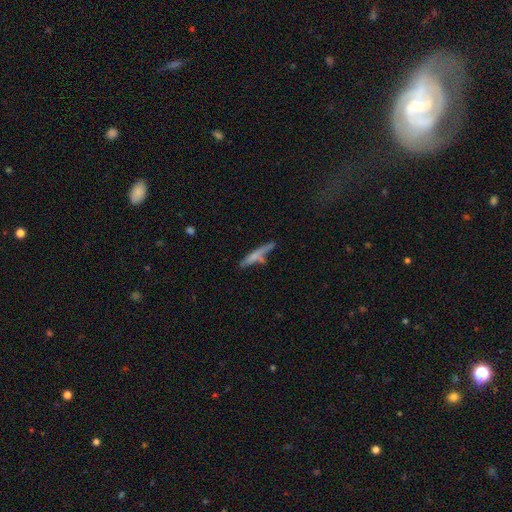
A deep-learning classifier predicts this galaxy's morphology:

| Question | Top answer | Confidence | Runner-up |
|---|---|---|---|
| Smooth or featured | smooth | 60% | featured or disk (32%) |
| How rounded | cigar-shaped | 90% | in between (8%) |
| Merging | none | 60% | minor disturbance (19%) |